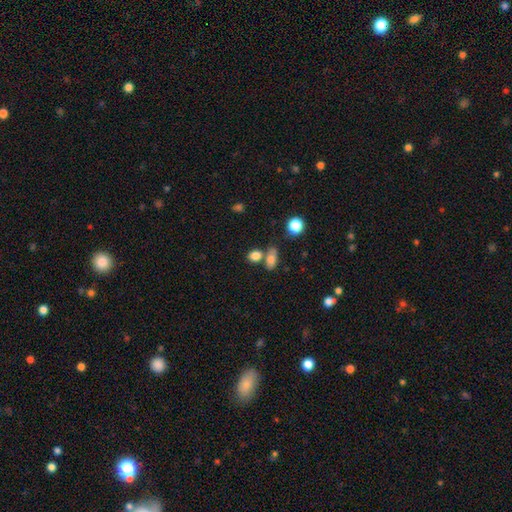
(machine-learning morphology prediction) smooth 81%, star or artifact 11%, featured or disk 8%. Down the decision tree: how rounded — in between (59%); merging — none (55%).